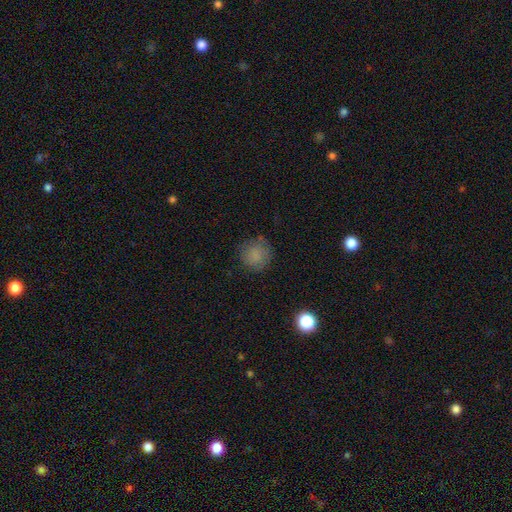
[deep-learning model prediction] smooth_or_featured: smooth (p=0.82) [alt: star or artifact p=0.11]
how_rounded: round (p=0.91) [alt: in between p=0.08]
merging: none (p=0.79) [alt: minor disturbance p=0.14]